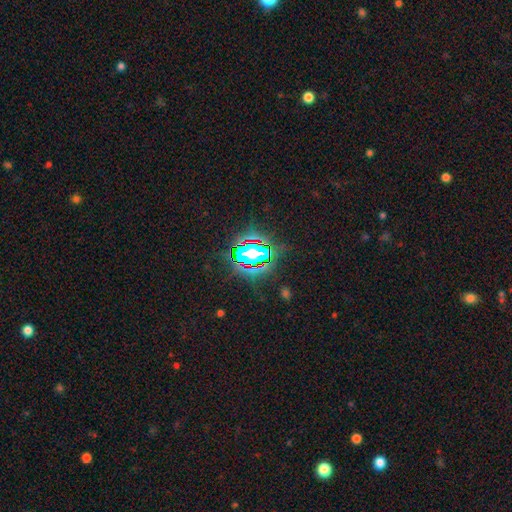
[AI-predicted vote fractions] star or artifact 76%, smooth 14%, featured or disk 10%.